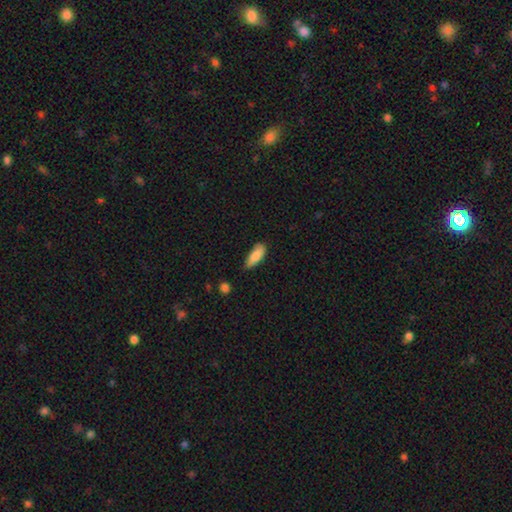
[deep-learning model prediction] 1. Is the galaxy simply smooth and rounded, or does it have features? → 85% smooth, 8% featured or disk, 6% star or artifact.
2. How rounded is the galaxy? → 68% in between, 30% cigar-shaped, 2% round.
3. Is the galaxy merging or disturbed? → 67% none, 27% minor disturbance, 4% major disturbance, 2% merger.